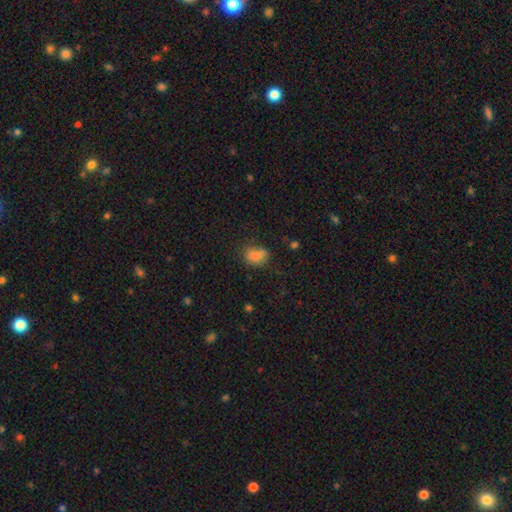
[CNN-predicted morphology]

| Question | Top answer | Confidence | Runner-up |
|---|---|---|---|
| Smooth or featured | smooth | 79% | star or artifact (12%) |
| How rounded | in between | 66% | round (33%) |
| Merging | none | 54% | minor disturbance (29%) |